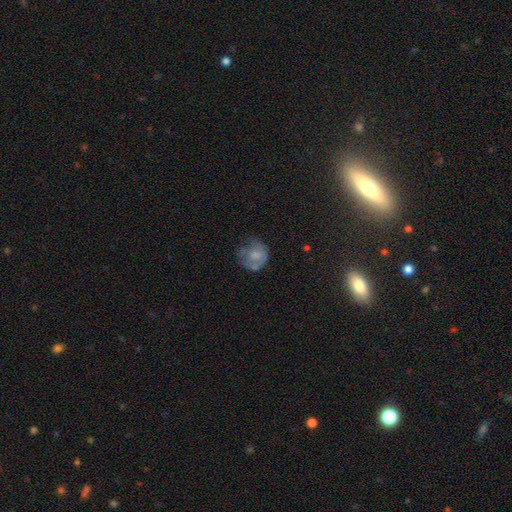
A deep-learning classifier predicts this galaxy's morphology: A smooth galaxy with no disk features (60%) that is round (80%).

Vote fractions:
- Smooth or featured? smooth: 60% / featured or disk: 31% / star or artifact: 9%
- How rounded? round: 80% / in between: 19% / cigar-shaped: 1%
- Merging? none: 46% / minor disturbance: 29% / major disturbance: 23% / merger: 2%